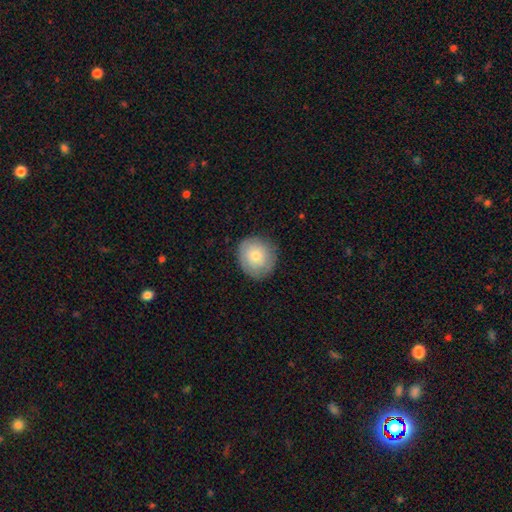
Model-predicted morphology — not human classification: Smooth or featured: smooth — 73% (featured or disk — 20%)
How rounded: round — 82% (in between — 17%)
Merging: none — 83% (minor disturbance — 13%)